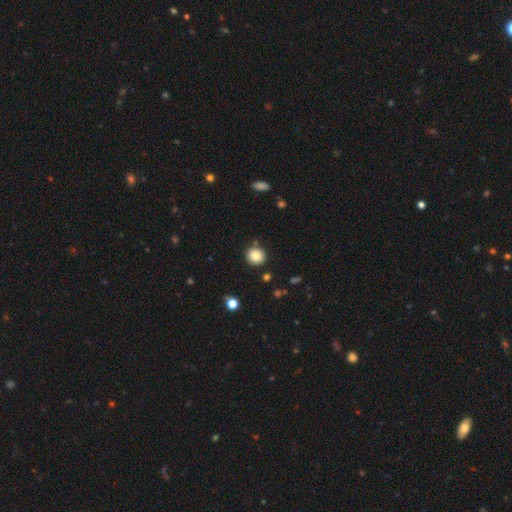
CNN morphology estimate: The model was most divided on "smooth or featured": smooth: 84%, star or artifact: 10%, featured or disk: 6%. More confident: how rounded — round (92%); merging — none (88%).